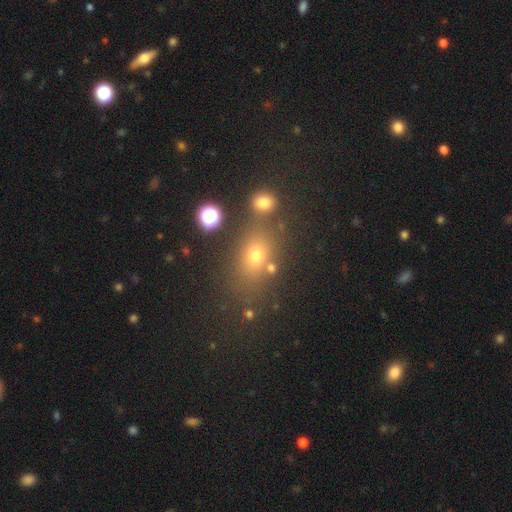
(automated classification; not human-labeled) A smooth galaxy with no disk features (66%) that is in between round and cigar-shaped (64%).

Vote fractions:
- Smooth or featured? smooth: 66% / star or artifact: 20% / featured or disk: 13%
- How rounded? in between: 64% / round: 32% / cigar-shaped: 4%
- Merging? none: 67% / merger: 14% / minor disturbance: 13% / major disturbance: 6%